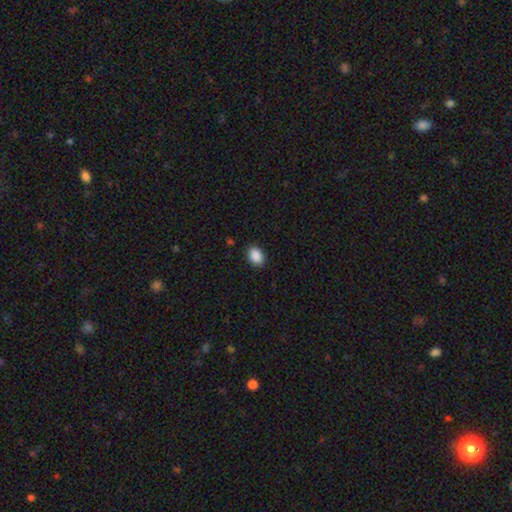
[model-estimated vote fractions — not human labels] smooth-or-featured: smooth: 90% | star or artifact: 8% | featured or disk: 3%
  how-rounded: in between: 77% | round: 22% | cigar-shaped: 1%
  merging: none: 88% | minor disturbance: 9% | major disturbance: 2% | merger: 1%